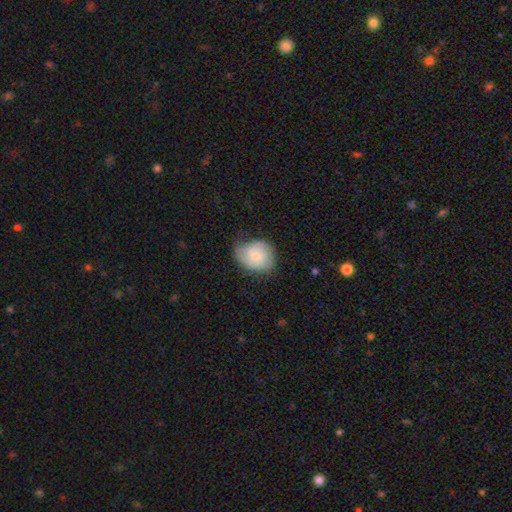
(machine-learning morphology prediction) Overall: featured or disk (53%; smooth 41%). Edge-on disk: no (98%). Bar: no (59%; weak 36%). Spiral arms: yes (89%). Bulge size: small (55%; moderate 34%). Merging: none (61%; minor disturbance 28%).